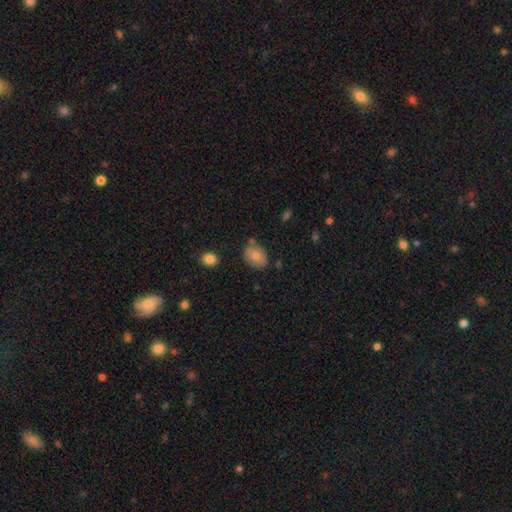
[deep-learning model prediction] smooth_or_featured: smooth (p=0.66) [alt: featured or disk p=0.25]
how_rounded: in between (p=0.58) [alt: round p=0.40]
merging: none (p=0.69) [alt: minor disturbance p=0.21]